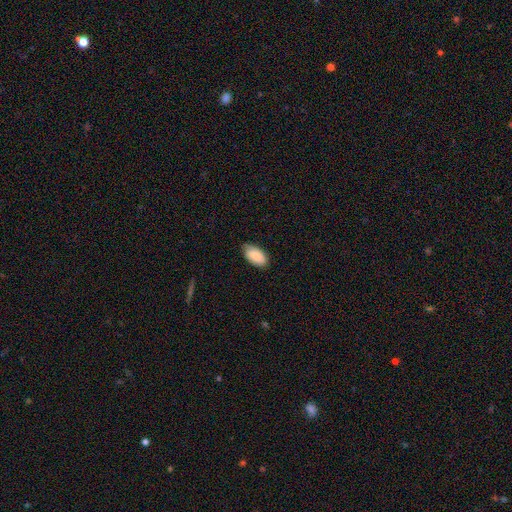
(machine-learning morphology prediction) Smooth or featured: smooth — 85% (featured or disk — 9%)
How rounded: in between — 95% (round — 3%)
Merging: none — 77% (minor disturbance — 19%)